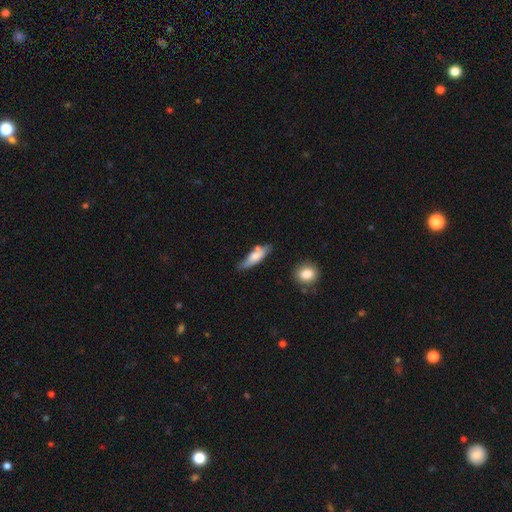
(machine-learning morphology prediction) smooth_or_featured: smooth (p=0.71) [alt: featured or disk p=0.23]
how_rounded: cigar-shaped (p=0.50) [alt: in between p=0.48]
merging: none (p=0.59) [alt: minor disturbance p=0.28]